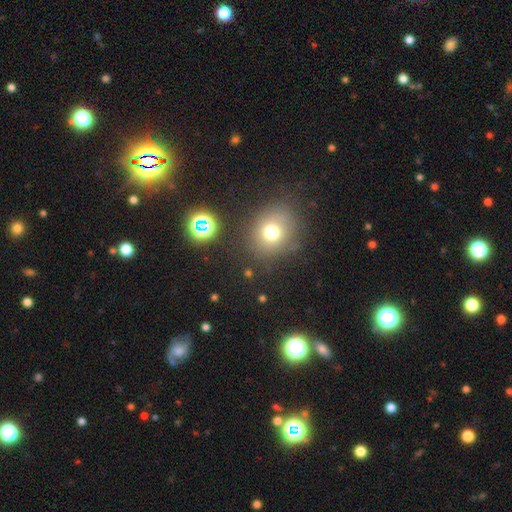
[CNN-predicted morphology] Smooth or featured? smooth (52%)
How rounded? round (74%)
Merging? none (88%)